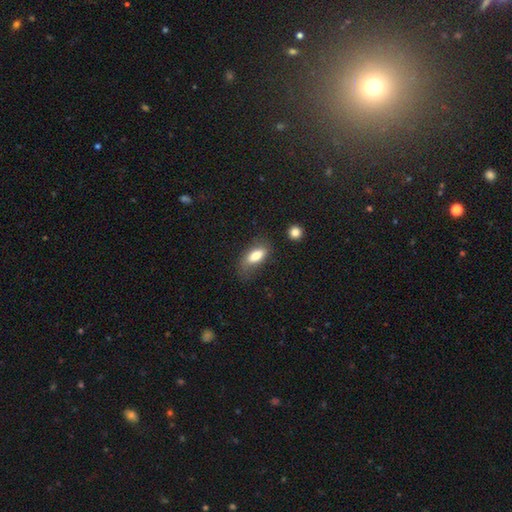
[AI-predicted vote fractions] smooth_or_featured: smooth (p=0.78) [alt: featured or disk p=0.14]
how_rounded: in between (p=0.82) [alt: cigar-shaped p=0.14]
merging: none (p=0.56) [alt: minor disturbance p=0.26]